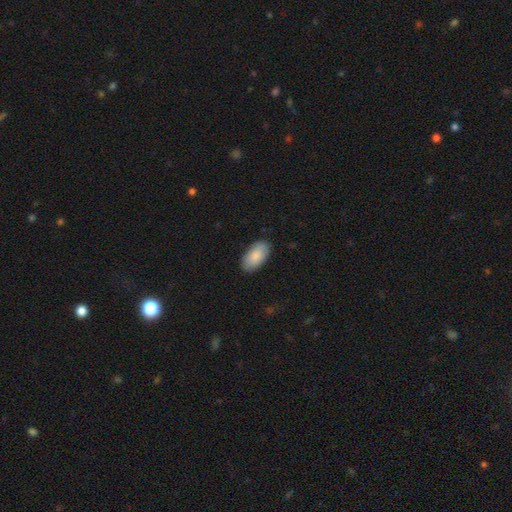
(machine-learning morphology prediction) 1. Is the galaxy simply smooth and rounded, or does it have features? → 88% smooth, 7% featured or disk, 5% star or artifact.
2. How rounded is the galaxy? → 95% in between, 3% cigar-shaped, 2% round.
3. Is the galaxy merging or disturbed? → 87% none, 10% minor disturbance, 2% major disturbance, 1% merger.